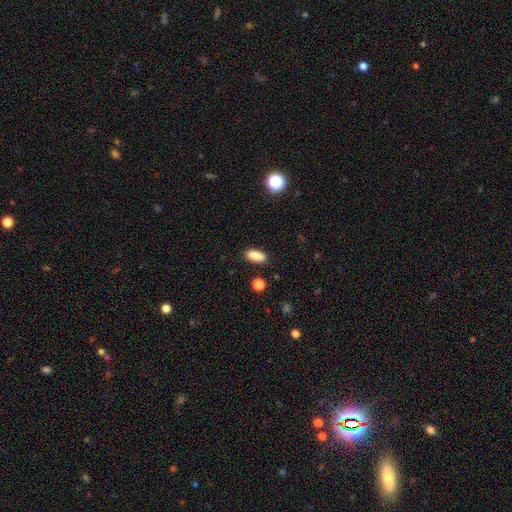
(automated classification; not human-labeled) Smooth or featured?
  - smooth: 85% *
  - star or artifact: 8%
  - featured or disk: 6%
How rounded?
  - in between: 83% *
  - cigar-shaped: 14%
  - round: 4%
Merging?
  - none: 87% *
  - minor disturbance: 9%
  - major disturbance: 2%
  - merger: 2%